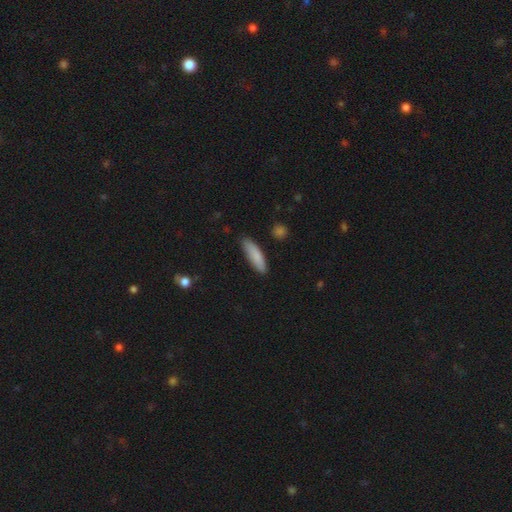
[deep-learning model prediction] A smooth galaxy with no disk features (85%) that is cigar-shaped (62%). Merging: none (84%).